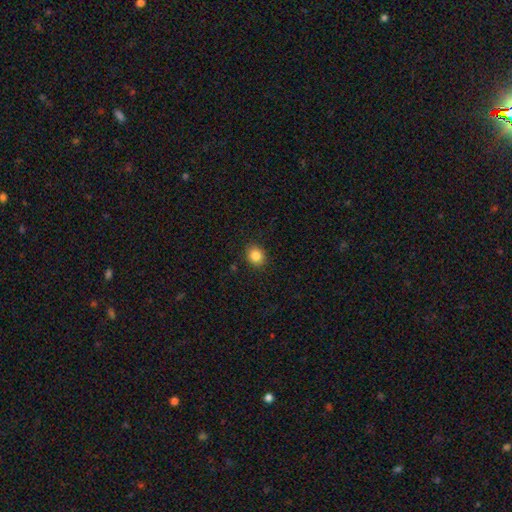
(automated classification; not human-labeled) Smooth or featured? smooth (85%)
How rounded? round (69%)
Merging? none (89%)